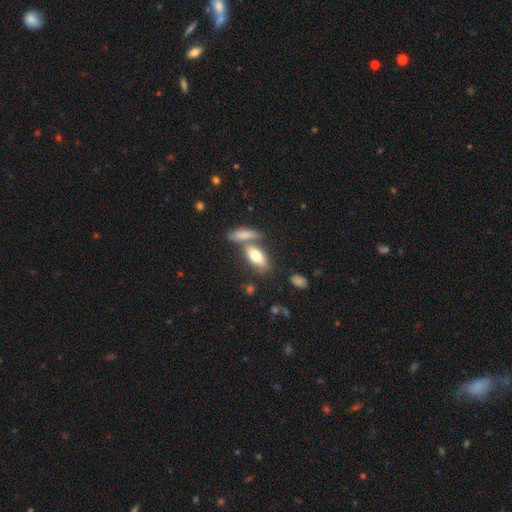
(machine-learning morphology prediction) Smooth or featured: smooth — 75% (featured or disk — 18%)
How rounded: in between — 85% (cigar-shaped — 11%)
Merging: none — 49% (merger — 35%)